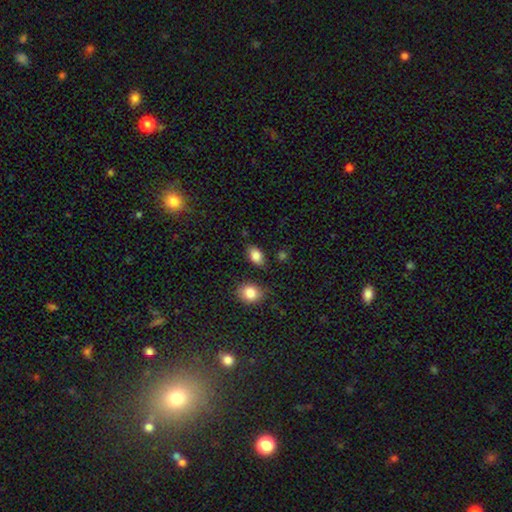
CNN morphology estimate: Smooth or featured: smooth — 85% (star or artifact — 8%)
How rounded: in between — 88% (round — 10%)
Merging: none — 81% (minor disturbance — 13%)